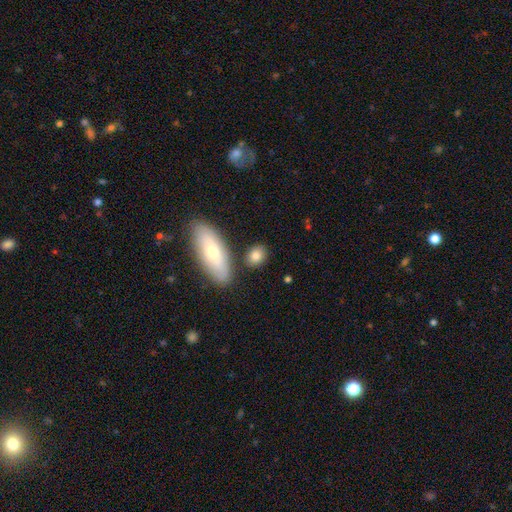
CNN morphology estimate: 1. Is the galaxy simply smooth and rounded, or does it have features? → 80% smooth, 13% featured or disk, 8% star or artifact.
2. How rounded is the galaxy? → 55% in between, 40% round, 6% cigar-shaped.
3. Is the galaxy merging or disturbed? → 78% none, 10% minor disturbance, 8% merger, 3% major disturbance.